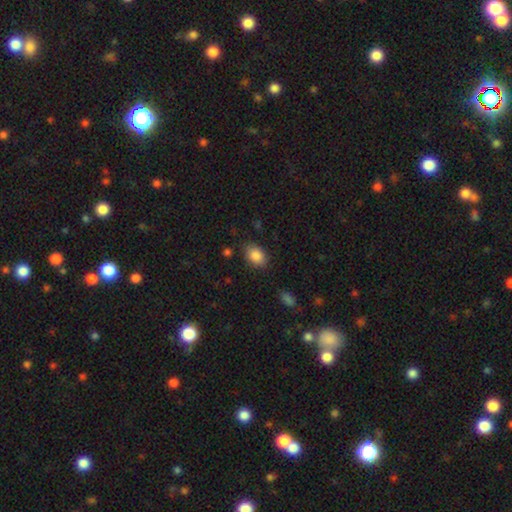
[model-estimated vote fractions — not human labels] The model was most divided on "how rounded": in between: 77%, round: 22%, cigar-shaped: 1%. More confident: smooth or featured — smooth (86%); merging — none (81%).